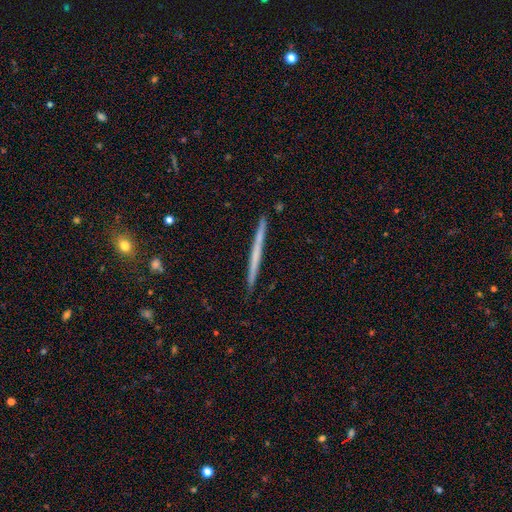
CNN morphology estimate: featured or disk 49%, smooth 46%, star or artifact 5%. Down the decision tree: merging — none (92%).